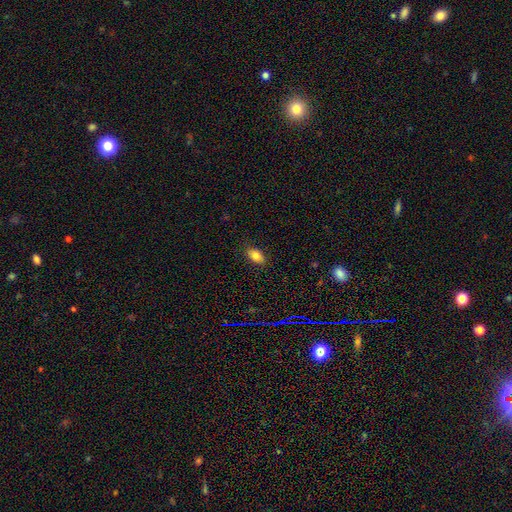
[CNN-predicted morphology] This appears to be a smooth galaxy with no disk features (83%) that is in between round and cigar-shaped (88%). Merging: none (86%).